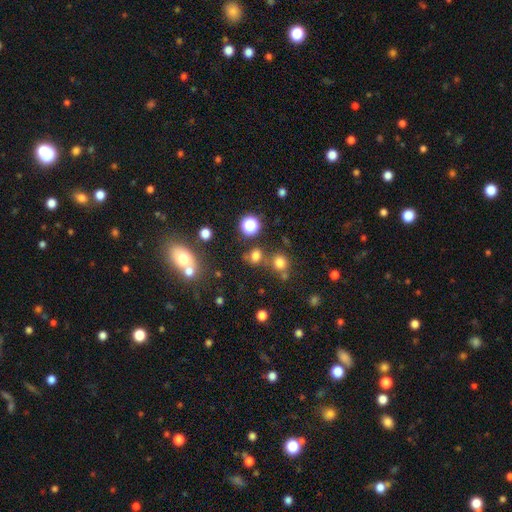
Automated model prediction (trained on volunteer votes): Morphology: type=smooth (70%); roundness=round (74%); merging=none (62%).